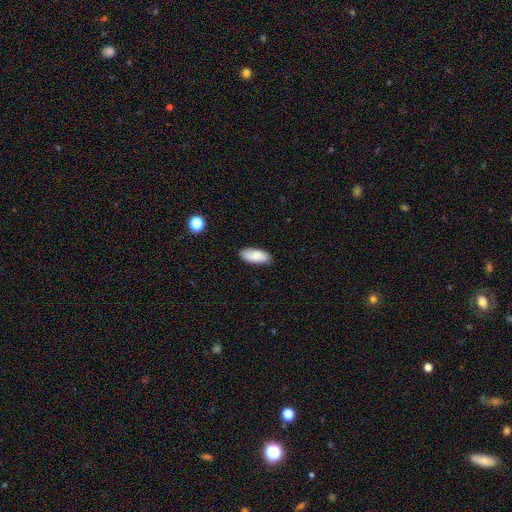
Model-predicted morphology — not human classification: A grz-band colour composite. It shows a smooth galaxy with no disk features (85%) that is in between round and cigar-shaped (85%). Merging: none (86%).